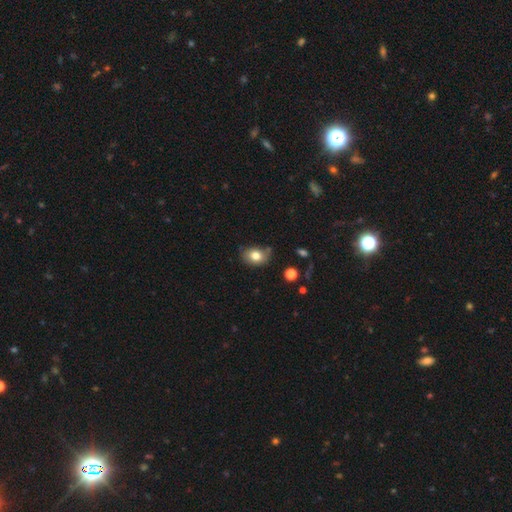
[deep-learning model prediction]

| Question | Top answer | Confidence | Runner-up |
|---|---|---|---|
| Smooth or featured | smooth | 80% | featured or disk (11%) |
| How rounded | in between | 69% | round (30%) |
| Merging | none | 66% | minor disturbance (24%) |